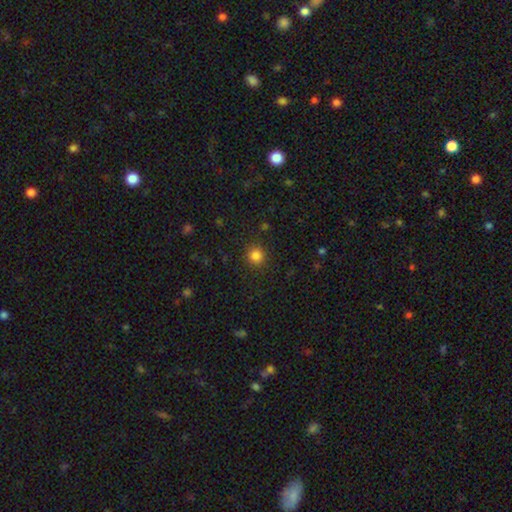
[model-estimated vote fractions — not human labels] A smooth galaxy with no disk features (83%) that is round (92%).

Vote fractions:
- Smooth or featured? smooth: 83% / star or artifact: 13% / featured or disk: 4%
- How rounded? round: 92% / in between: 7% / cigar-shaped: 1%
- Merging? none: 90% / minor disturbance: 7% / major disturbance: 3% / merger: 1%